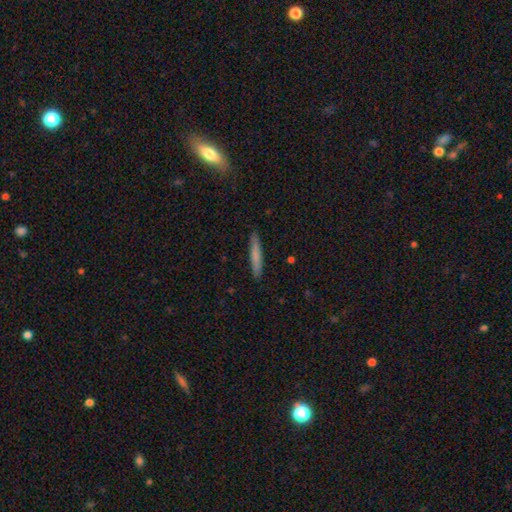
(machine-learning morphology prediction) smooth-or-featured: smooth: 75% | featured or disk: 19% | star or artifact: 6%
  how-rounded: cigar-shaped: 94% | in between: 5% | round: 1%
  merging: none: 90% | minor disturbance: 7% | major disturbance: 1% | merger: 1%